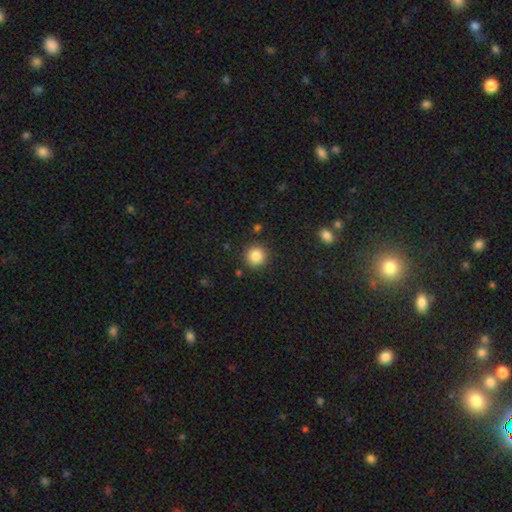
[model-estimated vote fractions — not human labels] Morphology: type=smooth (86%); roundness=round (94%); merging=none (89%).